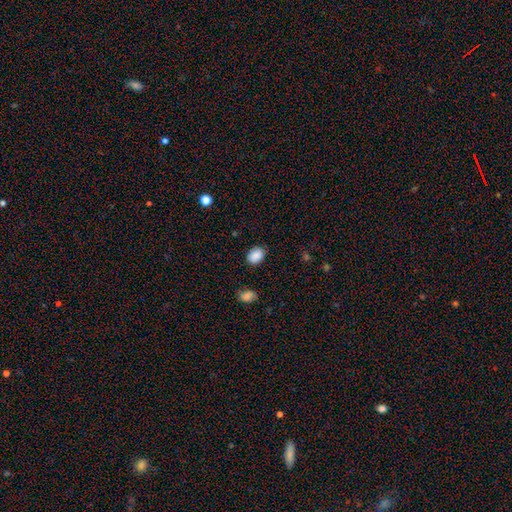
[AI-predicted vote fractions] The model was most divided on "how rounded": in between: 76%, round: 23%, cigar-shaped: 1%. More confident: smooth or featured — smooth (88%); merging — none (83%).